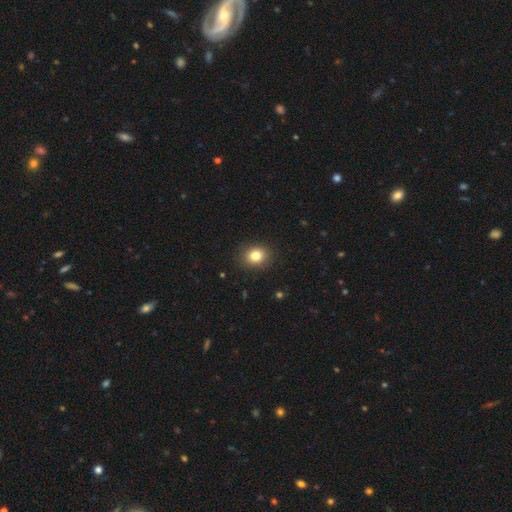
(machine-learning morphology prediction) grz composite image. It shows a smooth galaxy with no disk features (81%) that is round (63%). Merging: none (90%).